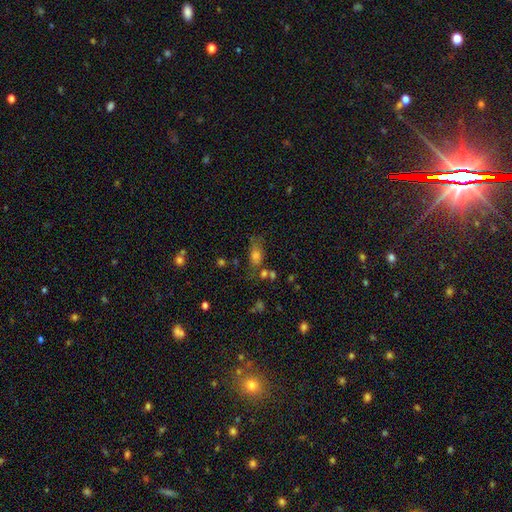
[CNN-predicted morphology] Q: Smooth or featured?
A: smooth (61%); runner-up: star or artifact (23%)
Q: How rounded?
A: in between (68%); runner-up: round (18%)
Q: Merging?
A: none (57%); runner-up: minor disturbance (19%)